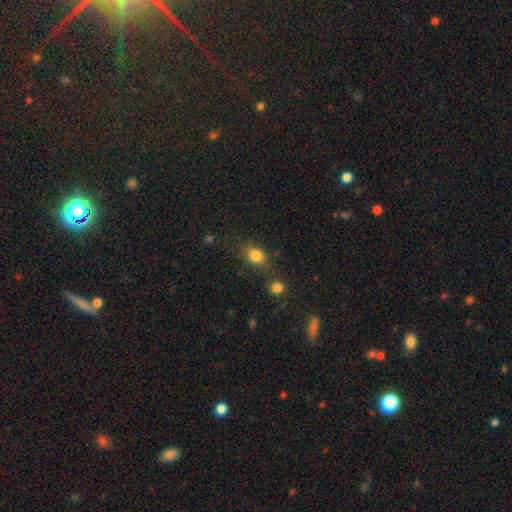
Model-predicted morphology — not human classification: smooth 83%, star or artifact 11%, featured or disk 6%. Down the decision tree: how rounded — in between (54%); merging — none (71%).